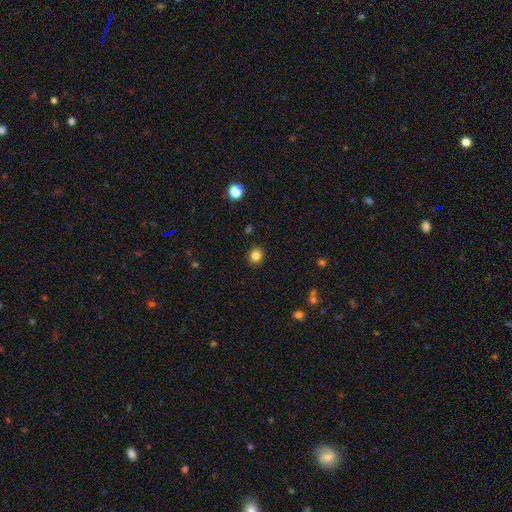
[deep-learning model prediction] Q: Smooth or featured?
A: smooth (84%); runner-up: star or artifact (12%)
Q: How rounded?
A: round (81%); runner-up: in between (18%)
Q: Merging?
A: none (90%); runner-up: minor disturbance (7%)